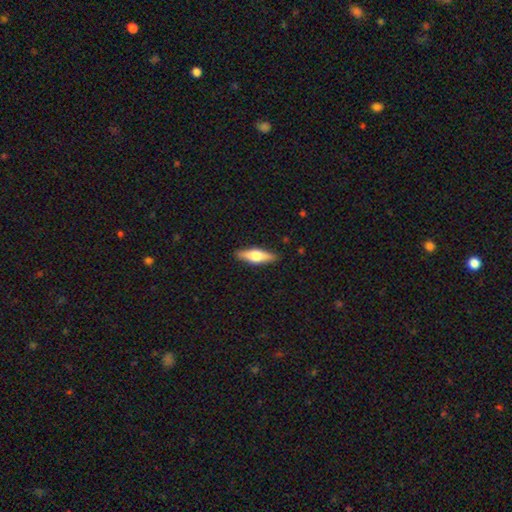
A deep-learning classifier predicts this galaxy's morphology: Smooth or featured?
  - featured or disk: 48% *
  - smooth: 46%
  - star or artifact: 6%
Merging?
  - none: 89% *
  - minor disturbance: 8%
  - major disturbance: 2%
  - merger: 1%